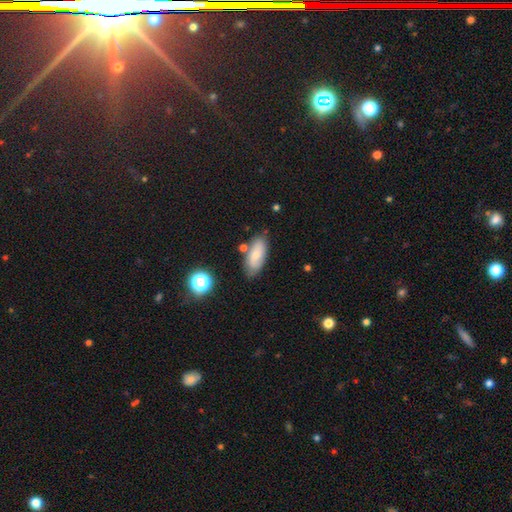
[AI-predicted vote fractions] The model was most divided on "smooth or featured": smooth: 67%, featured or disk: 25%, star or artifact: 8%. More confident: how rounded — in between (86%); merging — none (74%).